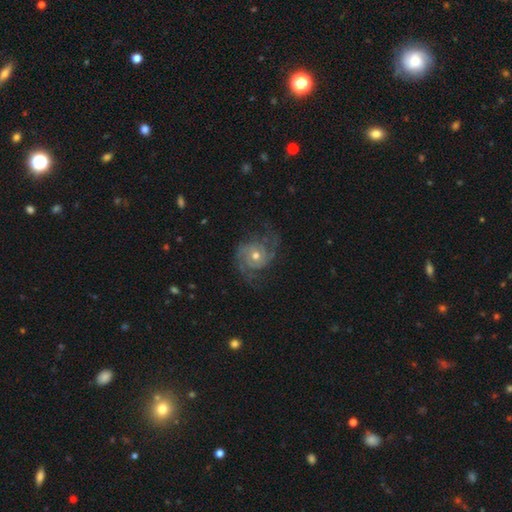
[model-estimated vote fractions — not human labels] Morphology: type=featured or disk (85%); edge-on=no (98%); bar=no (75%); spiral arms=yes (96%); winding=medium (46%); arm count=2 (55%); bulge=moderate (62%); merging=none (66%).